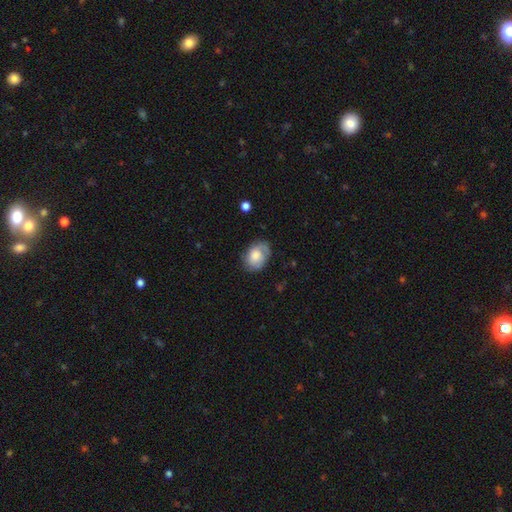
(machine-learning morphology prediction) Overall: smooth (60%; featured or disk 33%). How rounded: in between (74%). Merging: none (65%; minor disturbance 25%).